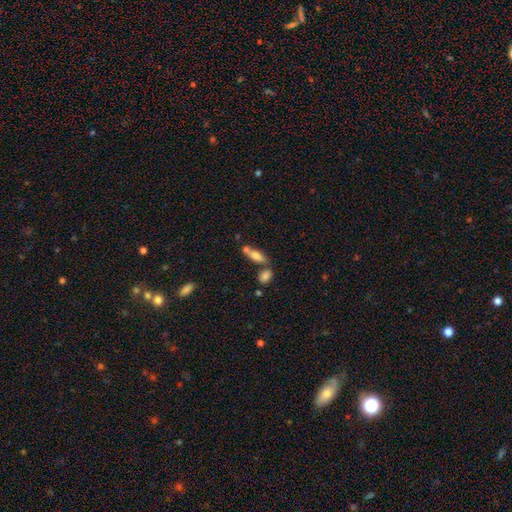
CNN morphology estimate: type=smooth (71%); roundness=in between (62%); merging=none (49%).